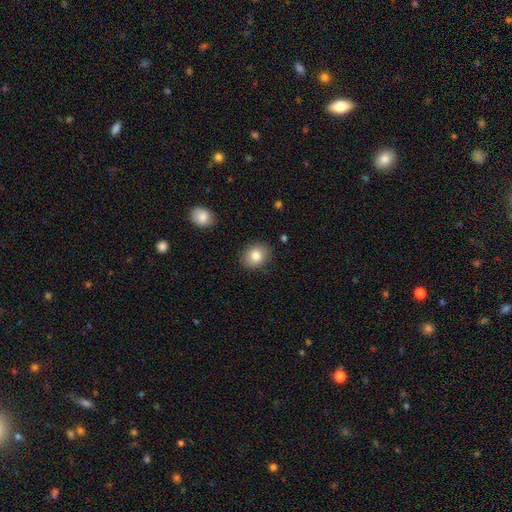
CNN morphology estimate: A smooth galaxy with no disk features (83%) that is round (61%). Merging: none (87%).